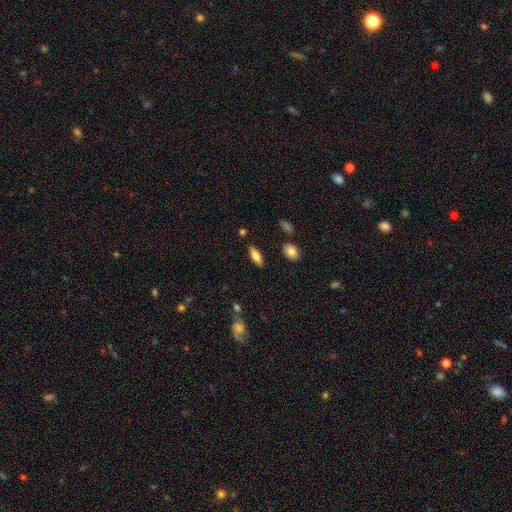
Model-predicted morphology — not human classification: smooth-or-featured: smooth: 69% | featured or disk: 24% | star or artifact: 7%
  how-rounded: in between: 66% | cigar-shaped: 31% | round: 3%
  merging: none: 85% | minor disturbance: 10% | major disturbance: 3% | merger: 2%